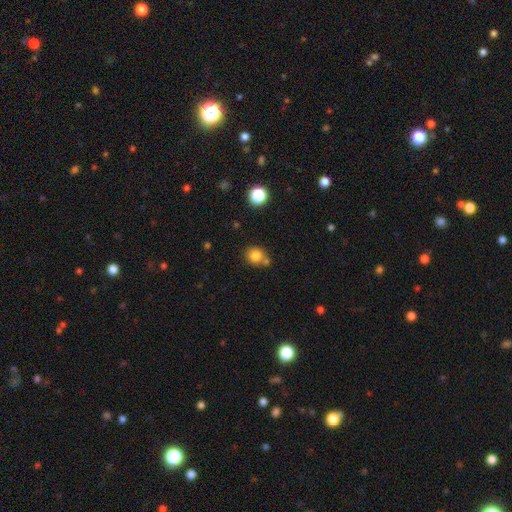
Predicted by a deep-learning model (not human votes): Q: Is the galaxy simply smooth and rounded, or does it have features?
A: smooth — 81%.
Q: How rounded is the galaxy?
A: round — 81%.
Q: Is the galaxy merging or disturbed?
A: none — 64%.